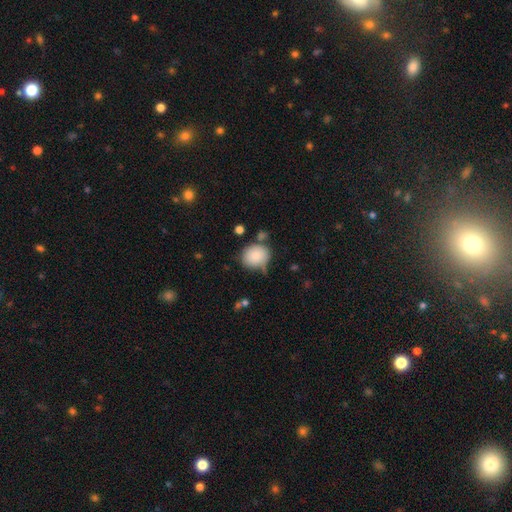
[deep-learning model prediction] Smooth or featured: smooth — 86% (star or artifact — 8%)
How rounded: round — 72% (in between — 27%)
Merging: none — 66% (minor disturbance — 20%)